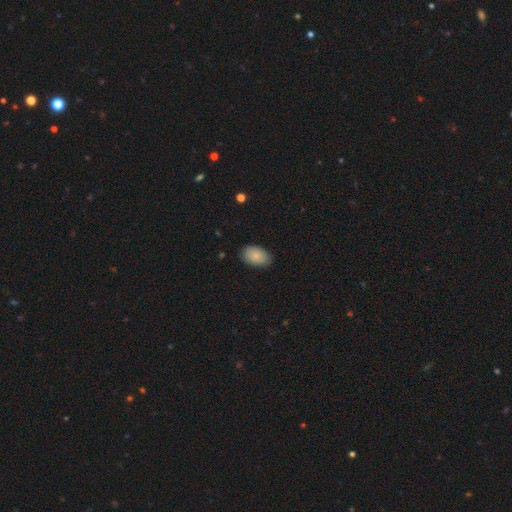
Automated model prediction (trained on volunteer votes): A smooth galaxy with no disk features (84%) that is in between round and cigar-shaped (90%).

Vote fractions:
- Smooth or featured? smooth: 84% / featured or disk: 9% / star or artifact: 7%
- How rounded? in between: 90% / round: 8% / cigar-shaped: 1%
- Merging? none: 83% / minor disturbance: 14% / major disturbance: 3% / merger: 1%